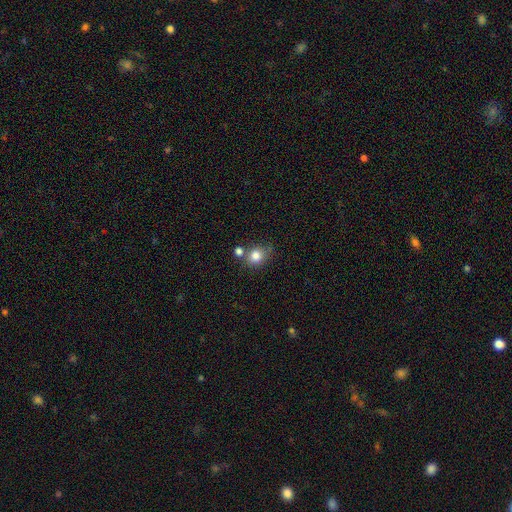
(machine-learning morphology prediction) Smooth or featured? Predicted: smooth (p=0.82). How rounded? Predicted: round (p=0.72). Merging? Predicted: none (p=0.58).